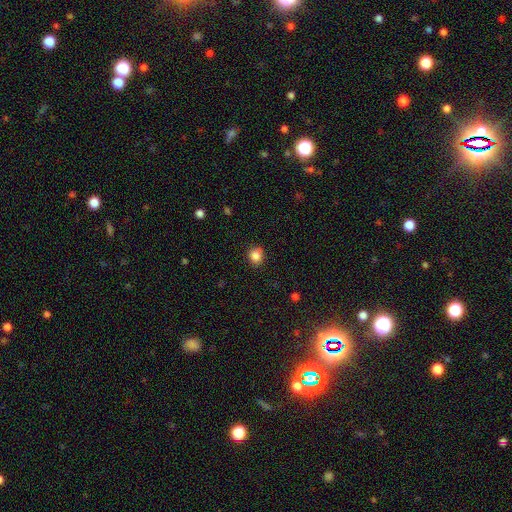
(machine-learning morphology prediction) type=smooth (85%); roundness=round (79%); merging=none (87%).